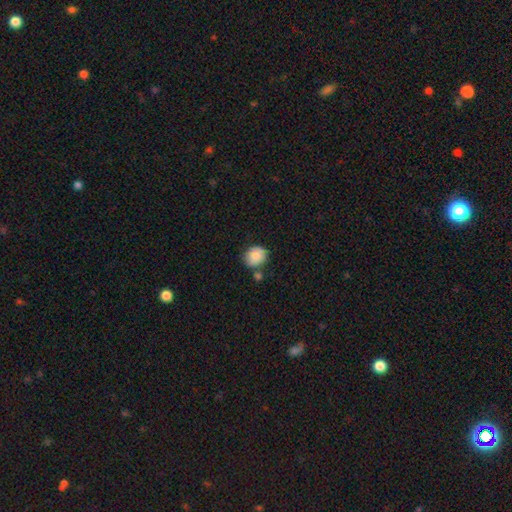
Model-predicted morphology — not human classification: A smooth galaxy with no disk features (85%) that is round (71%). Merging: none (68%).